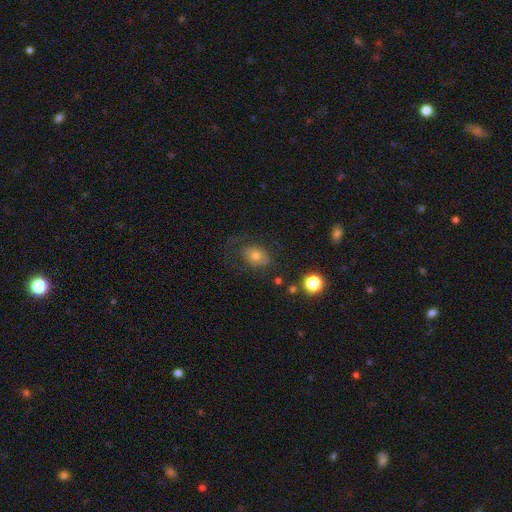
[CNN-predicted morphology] Smooth or featured?
  - smooth: 65% *
  - featured or disk: 23%
  - star or artifact: 11%
How rounded?
  - in between: 64% *
  - round: 35%
  - cigar-shaped: 1%
Merging?
  - none: 52% *
  - major disturbance: 24%
  - minor disturbance: 21%
  - merger: 3%